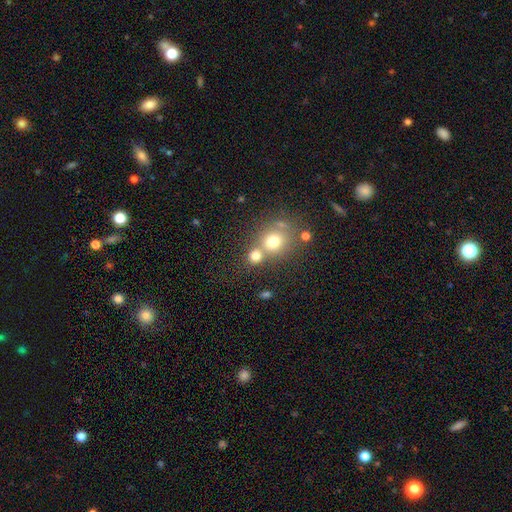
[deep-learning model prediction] Overall: smooth (74%). How rounded: round (82%). Merging: none (48%; merger 40%).